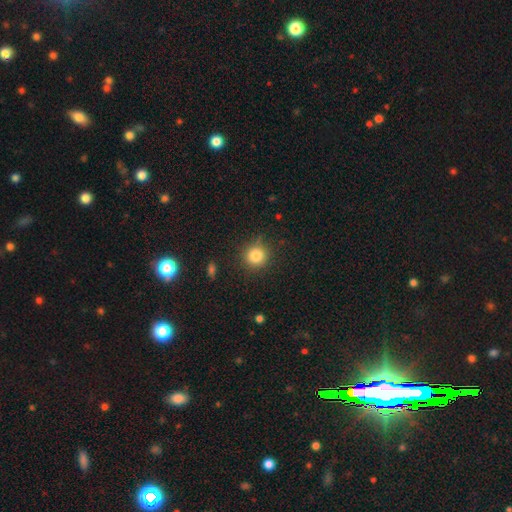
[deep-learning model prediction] This appears to be a smooth galaxy with no disk features (83%) that is round (92%). Merging: none (85%).